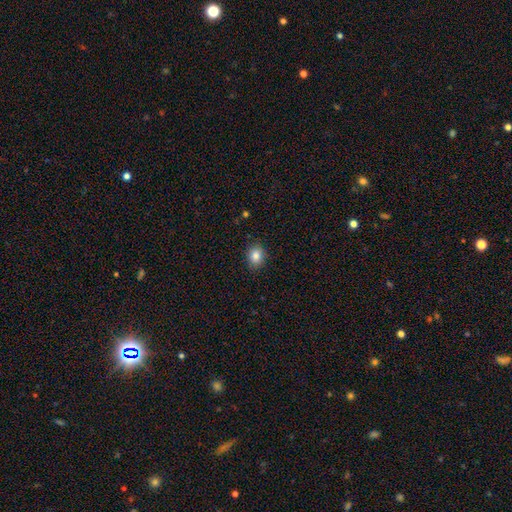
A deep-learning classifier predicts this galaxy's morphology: Smooth or featured? smooth (84%)
How rounded? round (50%)
Merging? none (88%)